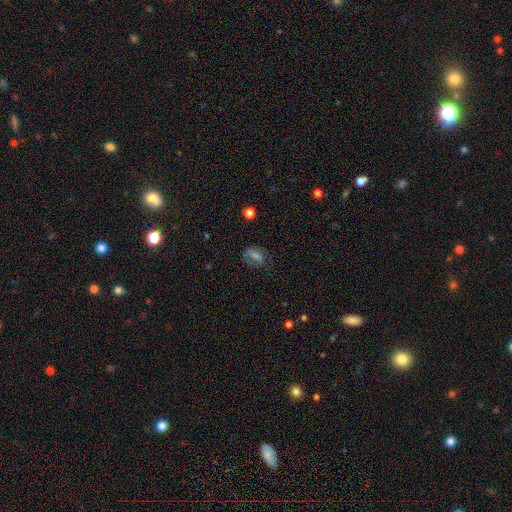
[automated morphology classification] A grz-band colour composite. It shows a smooth galaxy with no disk features (41%). Merging: none (62%).